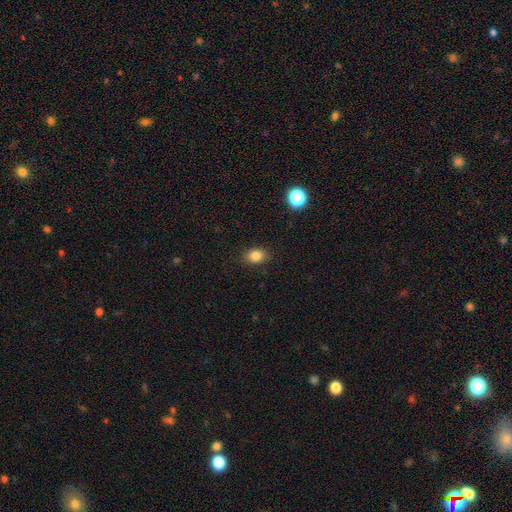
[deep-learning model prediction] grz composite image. It shows a smooth galaxy with no disk features (84%) that is in between round and cigar-shaped (68%). Merging: none (87%).